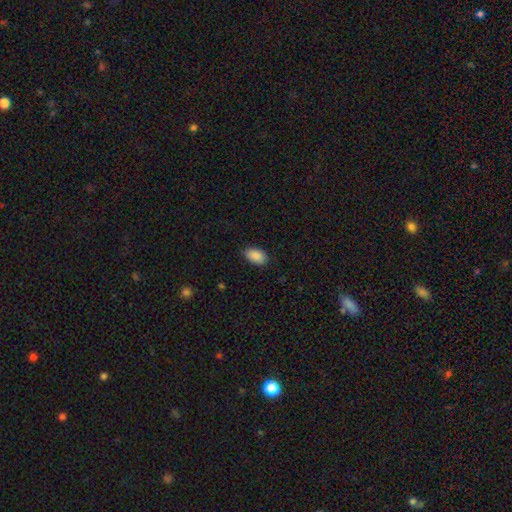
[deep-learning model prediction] The model was most divided on "merging": none: 84%, minor disturbance: 12%, major disturbance: 2%, merger: 1%. More confident: how rounded — in between (93%); smooth or featured — smooth (90%).